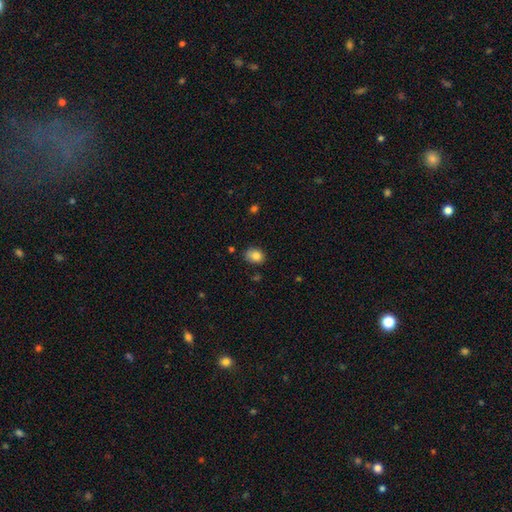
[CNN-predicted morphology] smooth_or_featured: smooth (p=0.84) [alt: star or artifact p=0.09]
how_rounded: in between (p=0.57) [alt: round p=0.42]
merging: none (p=0.75) [alt: minor disturbance p=0.19]